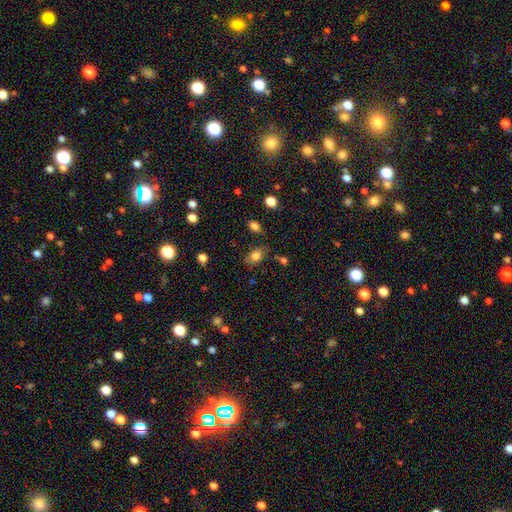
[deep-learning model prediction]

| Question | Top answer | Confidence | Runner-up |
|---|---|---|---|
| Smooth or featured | smooth | 81% | star or artifact (10%) |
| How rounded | in between | 84% | round (14%) |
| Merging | none | 74% | minor disturbance (17%) |